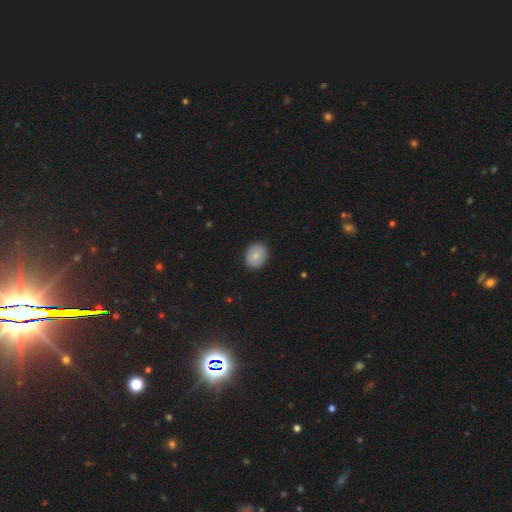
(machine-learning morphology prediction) Smooth or featured? Predicted: smooth (p=0.77). How rounded? Predicted: round (p=0.60). Merging? Predicted: none (p=0.90).